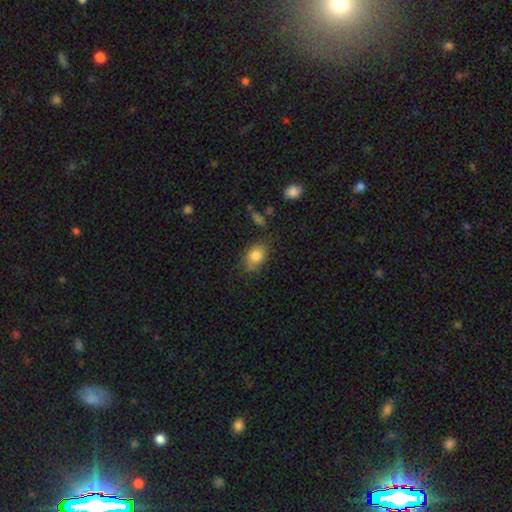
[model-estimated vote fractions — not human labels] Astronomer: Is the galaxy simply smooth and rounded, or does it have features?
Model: smooth — 83%.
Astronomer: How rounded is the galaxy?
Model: in between — 70%.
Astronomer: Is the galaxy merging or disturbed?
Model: none — 69%.